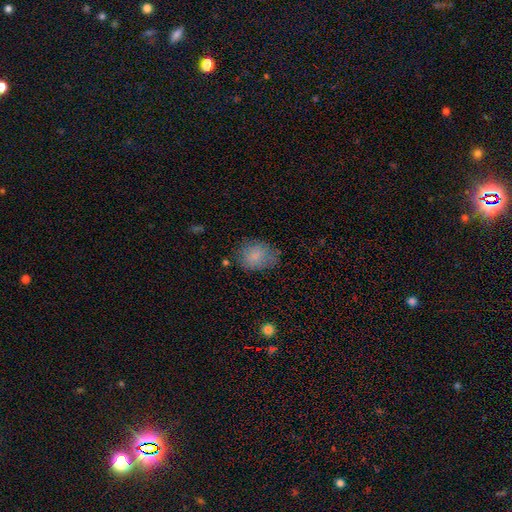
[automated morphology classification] This is clearly a smooth galaxy (81%). How rounded: likely in between (61%). Merging: likely none (67%).